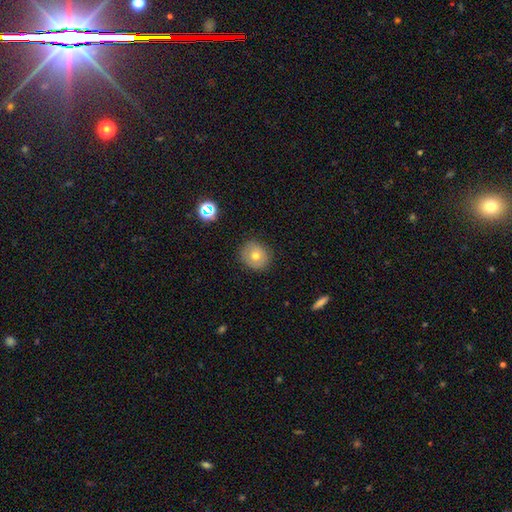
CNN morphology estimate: The model was most divided on "smooth or featured": smooth: 68%, featured or disk: 20%, star or artifact: 12%. More confident: merging — none (86%); how rounded — round (84%).